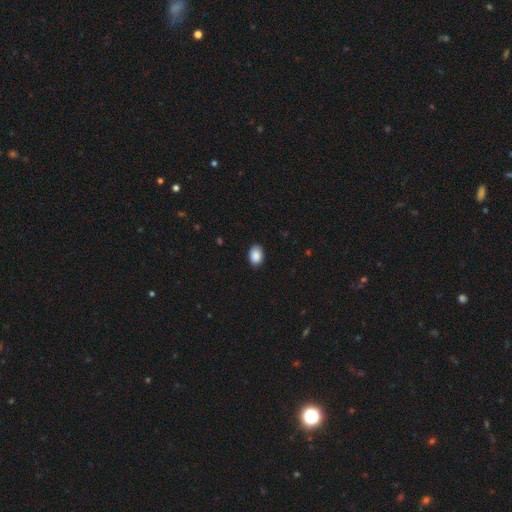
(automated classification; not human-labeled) This is clearly a smooth galaxy (89%). How rounded: likely in between (79%). Merging: clearly none (87%).